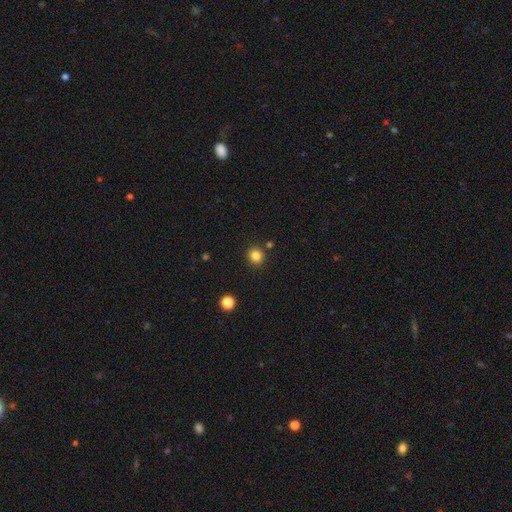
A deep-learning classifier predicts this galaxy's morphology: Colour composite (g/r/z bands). It shows a smooth galaxy with no disk features (82%) that is round (89%). Merging: none (88%).